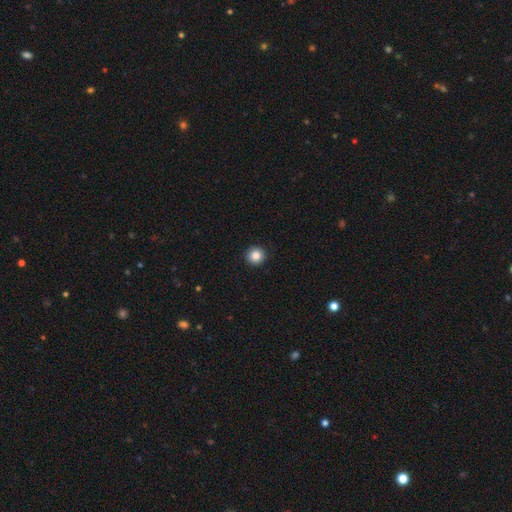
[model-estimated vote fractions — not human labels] Smooth or featured? Predicted: smooth (p=0.86). How rounded? Predicted: round (p=0.95). Merging? Predicted: none (p=0.93).